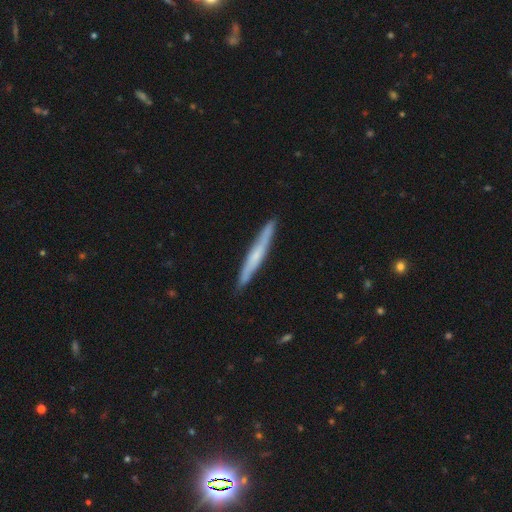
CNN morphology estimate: Smooth or featured? featured or disk (52%)
Edge-on disk? yes (93%)
Merging? none (88%)